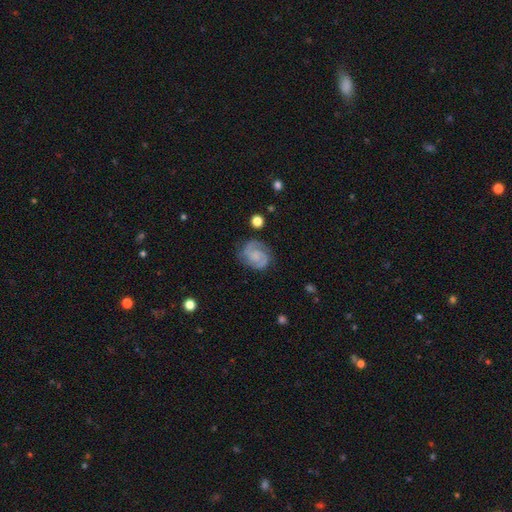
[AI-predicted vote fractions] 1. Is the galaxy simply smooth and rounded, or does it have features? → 78% featured or disk, 15% smooth, 7% star or artifact.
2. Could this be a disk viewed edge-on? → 98% no, 2% yes.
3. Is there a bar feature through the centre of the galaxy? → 58% no, 35% weak, 7% strong.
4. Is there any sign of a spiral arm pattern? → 96% yes, 4% no.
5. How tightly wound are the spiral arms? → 45% medium, 43% tight, 12% loose.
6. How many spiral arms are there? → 85% 2, 6% can't tell, 4% 3, 3% 1, 1% 4, 1% more than 4.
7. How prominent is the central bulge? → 46% none, 29% small, 18% moderate, 5% large, 2% dominant.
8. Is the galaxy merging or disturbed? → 76% none, 16% minor disturbance, 6% major disturbance, 2% merger.